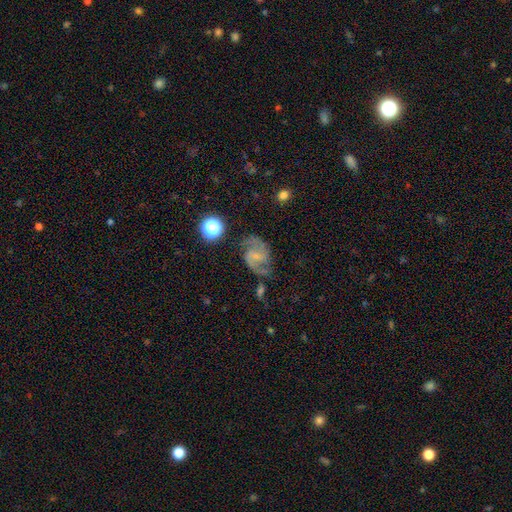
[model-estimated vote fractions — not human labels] This is clearly a featured or disk galaxy (83%). It is clearly not viewed edge-on (98%). Bar: possibly weak (53%). Spiral arm pattern: clearly yes (97%). Spiral arm count: clearly 2 (92%). Spiral winding: possibly medium (57%). Central bulge: possibly small (54%). Merging: likely none (71%).